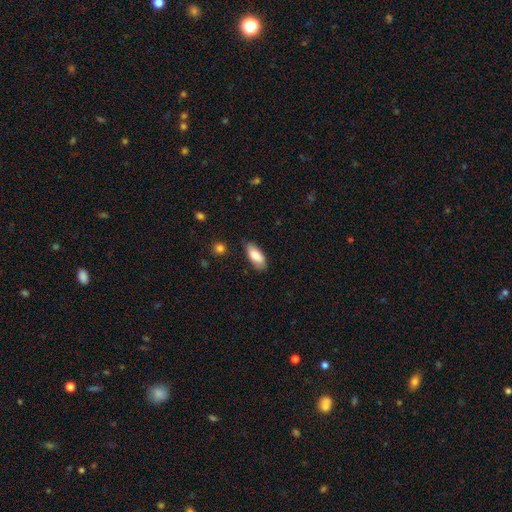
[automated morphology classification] A smooth galaxy with no disk features (83%) that is in between round and cigar-shaped (83%). Merging: none (78%).